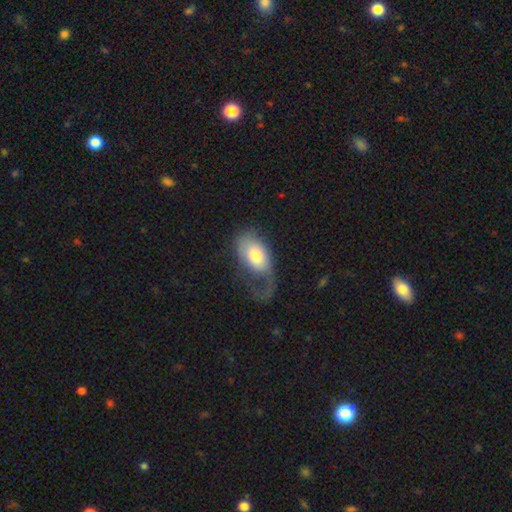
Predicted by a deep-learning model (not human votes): A smooth galaxy with no disk features (63%) that is in between round and cigar-shaped (90%). Merging: major disturbance (52%).